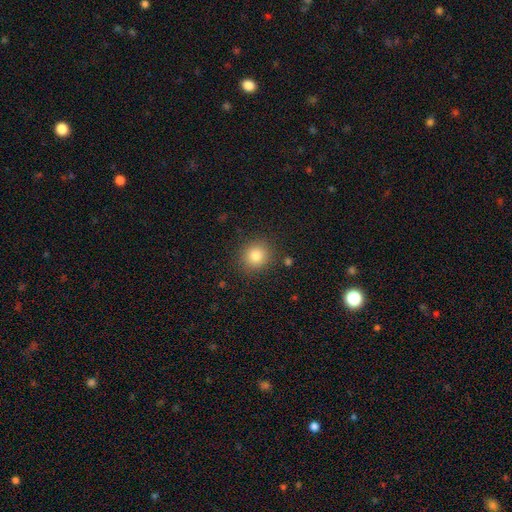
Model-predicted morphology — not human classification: Smooth or featured? Predicted: smooth (p=0.82). How rounded? Predicted: round (p=0.88). Merging? Predicted: none (p=0.89).